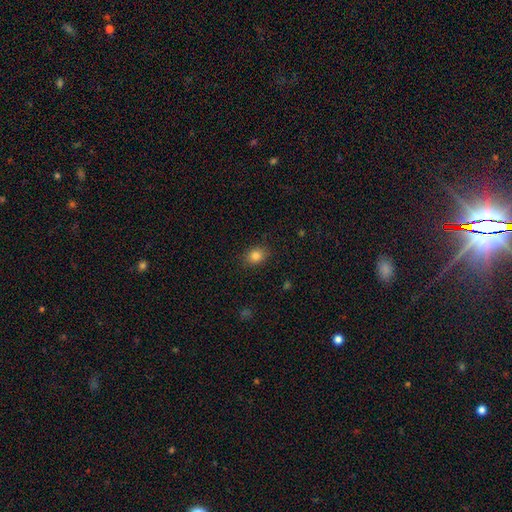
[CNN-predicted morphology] smooth-or-featured: smooth: 84% | star or artifact: 11% | featured or disk: 6%
  how-rounded: in between: 54% | round: 45% | cigar-shaped: 1%
  merging: none: 87% | minor disturbance: 9% | major disturbance: 3% | merger: 1%